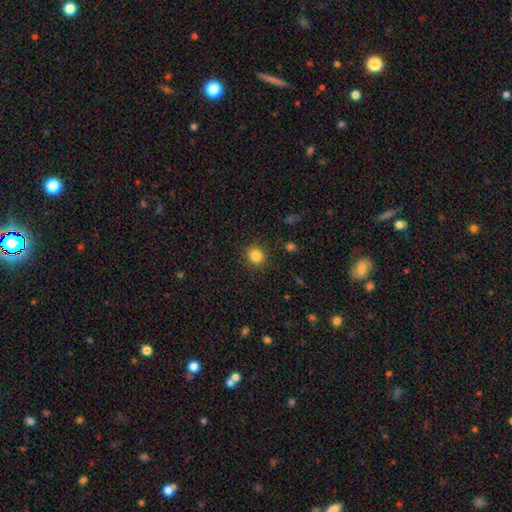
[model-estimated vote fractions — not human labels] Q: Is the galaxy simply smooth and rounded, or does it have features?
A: smooth — 85%.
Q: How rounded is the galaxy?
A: round — 81%.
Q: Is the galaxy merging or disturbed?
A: none — 89%.